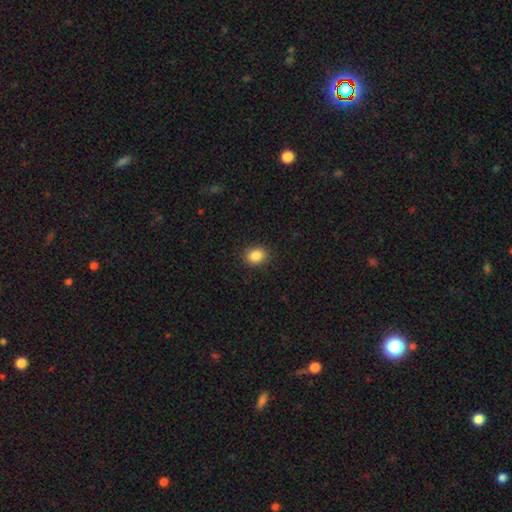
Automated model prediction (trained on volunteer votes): This appears to be a smooth galaxy with no disk features (86%) that is round (51%). Merging: none (89%).